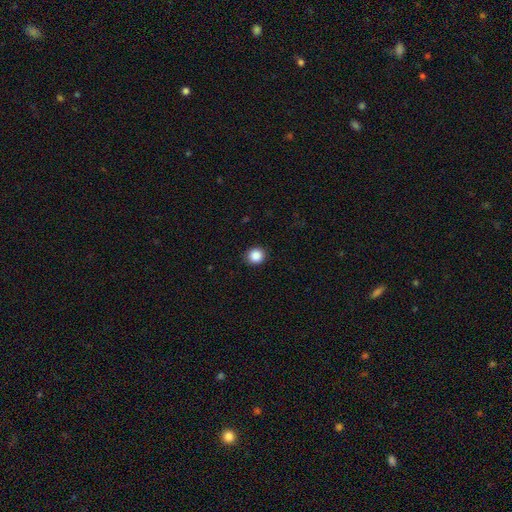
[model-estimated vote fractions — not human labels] This is clearly a smooth galaxy (88%). How rounded: clearly round (90%). Merging: clearly none (91%).